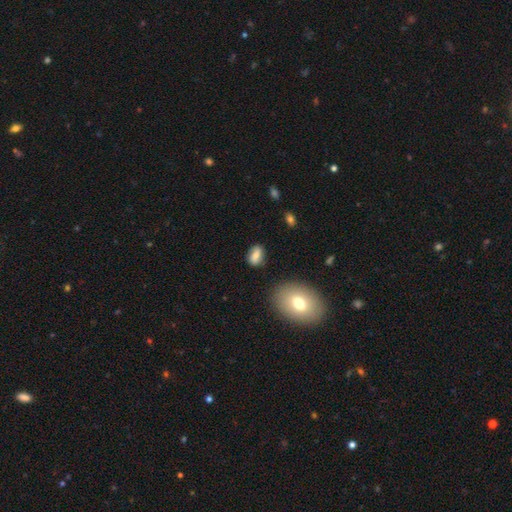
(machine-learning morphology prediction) A smooth galaxy with no disk features (73%) that is in between round and cigar-shaped (82%).

Vote fractions:
- Smooth or featured? smooth: 73% / featured or disk: 18% / star or artifact: 9%
- How rounded? in between: 82% / round: 12% / cigar-shaped: 6%
- Merging? none: 78% / minor disturbance: 15% / major disturbance: 4% / merger: 3%